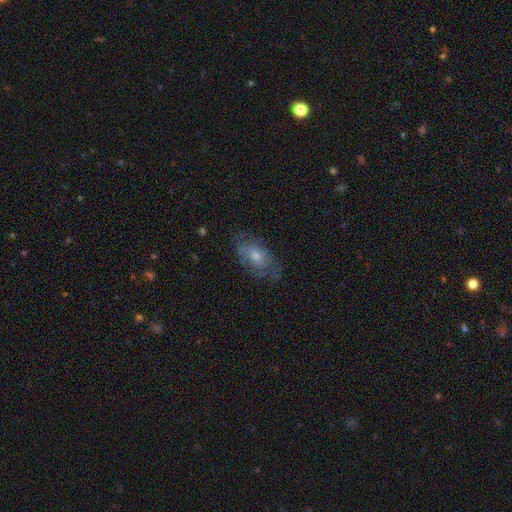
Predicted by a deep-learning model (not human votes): This appears to be a featured or disk galaxy (48%). Merging: none (67%).